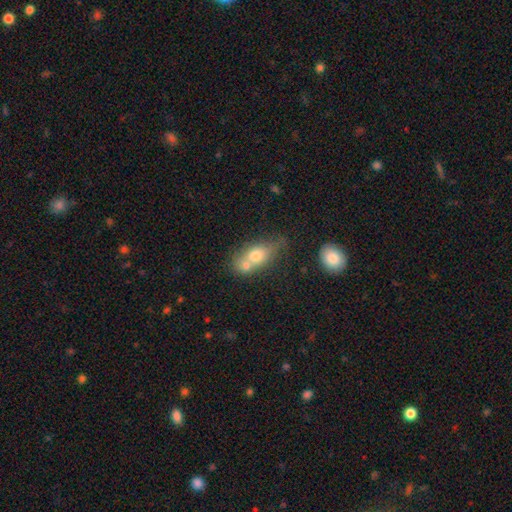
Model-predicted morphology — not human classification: smooth-or-featured: smooth: 68% | featured or disk: 24% | star or artifact: 9%
  how-rounded: in between: 73% | round: 18% | cigar-shaped: 9%
  merging: merger: 54% | none: 28% | minor disturbance: 12% | major disturbance: 6%